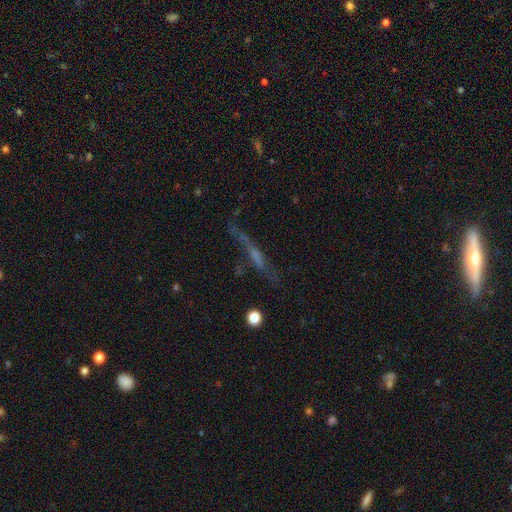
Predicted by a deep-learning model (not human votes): Smooth or featured? Predicted: featured or disk (p=0.55). Edge-on disk? Predicted: yes (p=0.74). Merging? Predicted: none (p=0.58).